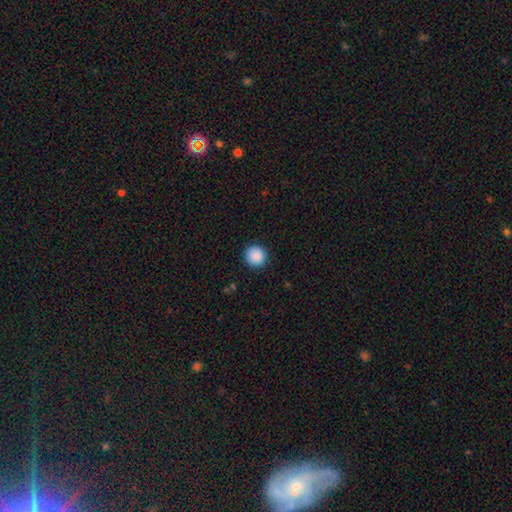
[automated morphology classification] The model was most divided on "smooth or featured": smooth: 89%, star or artifact: 8%, featured or disk: 2%. More confident: how rounded — round (95%); merging — none (91%).